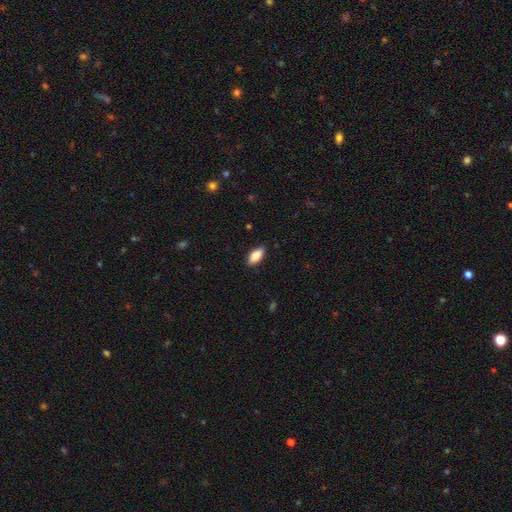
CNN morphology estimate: The model was most divided on "smooth or featured": smooth: 84%, featured or disk: 10%, star or artifact: 6%. More confident: merging — none (87%); how rounded — in between (86%).